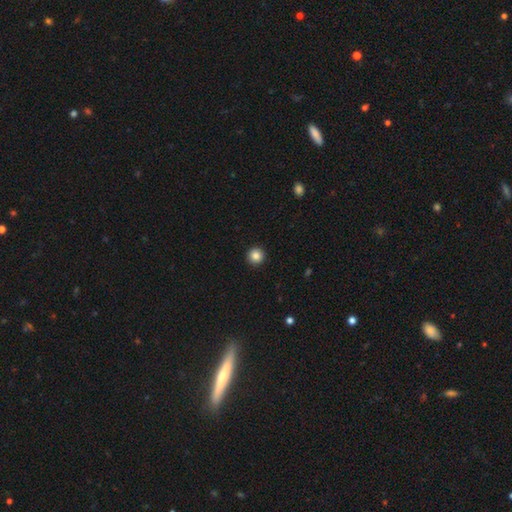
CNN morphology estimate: A smooth galaxy with no disk features (85%) that is round (96%).

Vote fractions:
- Smooth or featured? smooth: 85% / star or artifact: 10% / featured or disk: 5%
- How rounded? round: 96% / in between: 3% / cigar-shaped: 1%
- Merging? none: 93% / minor disturbance: 4% / major disturbance: 1% / merger: 1%